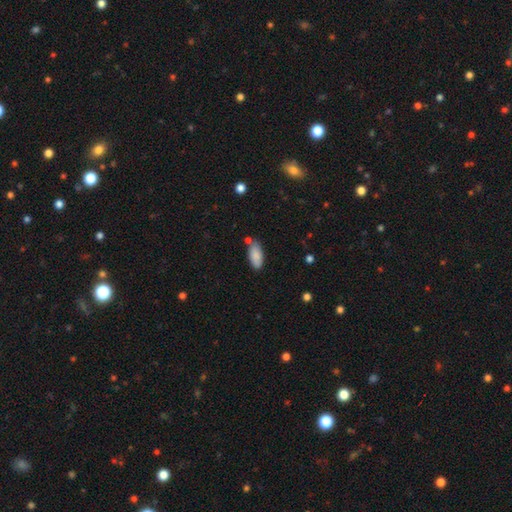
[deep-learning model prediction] smooth-or-featured: smooth: 86% | featured or disk: 7% | star or artifact: 7%
  how-rounded: in between: 86% | cigar-shaped: 12% | round: 2%
  merging: none: 72% | minor disturbance: 16% | merger: 8% | major disturbance: 3%